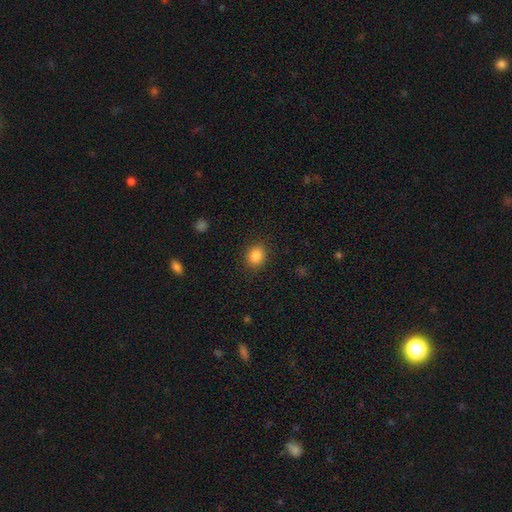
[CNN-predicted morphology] smooth 85%, star or artifact 10%, featured or disk 5%. Down the decision tree: how rounded — round (70%); merging — none (88%).